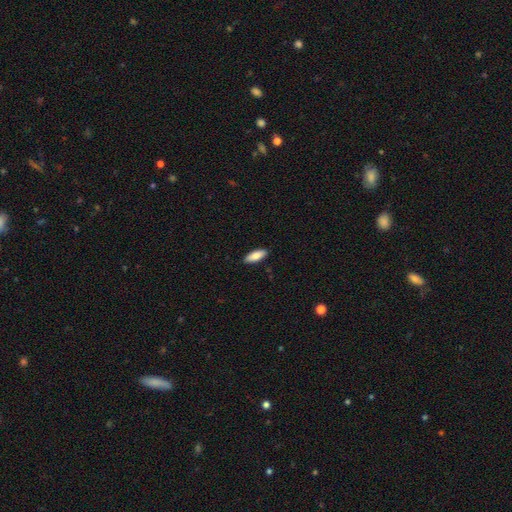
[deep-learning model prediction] This is clearly a smooth galaxy (84%). How rounded: likely in between (73%). Merging: clearly none (89%).